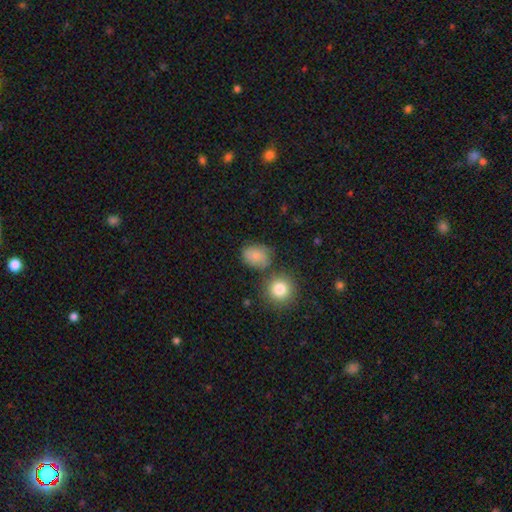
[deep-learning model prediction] The model was most divided on "how rounded": in between: 52%, round: 46%, cigar-shaped: 1%. More confident: smooth or featured — smooth (80%); merging — none (63%).